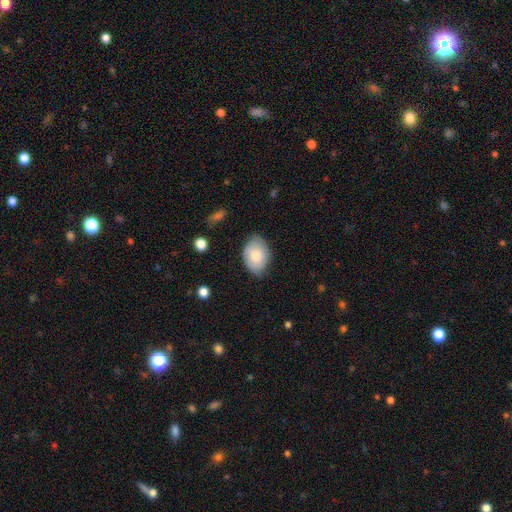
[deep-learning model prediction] Smooth or featured?
  - smooth: 81% *
  - featured or disk: 13%
  - star or artifact: 6%
How rounded?
  - in between: 82% *
  - round: 17%
  - cigar-shaped: 1%
Merging?
  - none: 72% *
  - minor disturbance: 23%
  - major disturbance: 4%
  - merger: 1%